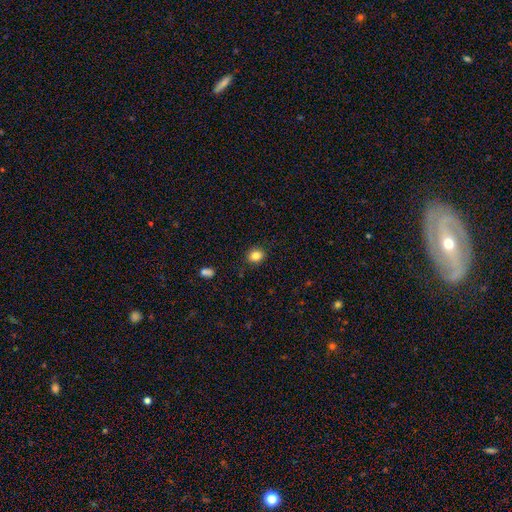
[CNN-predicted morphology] smooth-or-featured: smooth: 84% | star or artifact: 11% | featured or disk: 5%
  how-rounded: round: 72% | in between: 27% | cigar-shaped: 1%
  merging: none: 89% | minor disturbance: 8% | major disturbance: 2% | merger: 1%